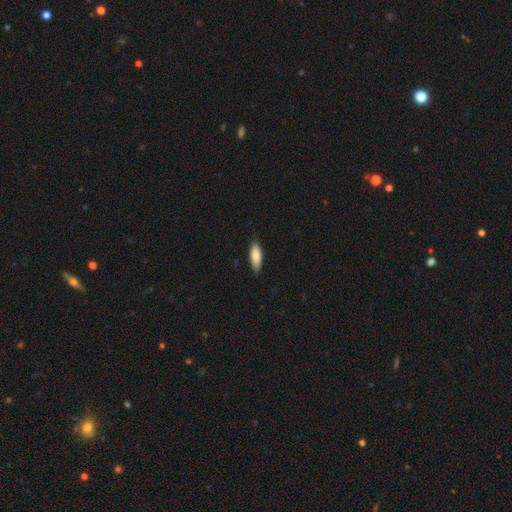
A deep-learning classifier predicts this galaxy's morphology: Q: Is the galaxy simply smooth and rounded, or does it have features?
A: smooth — 83%.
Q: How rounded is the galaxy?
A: in between — 62%.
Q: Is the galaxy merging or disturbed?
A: none — 87%.